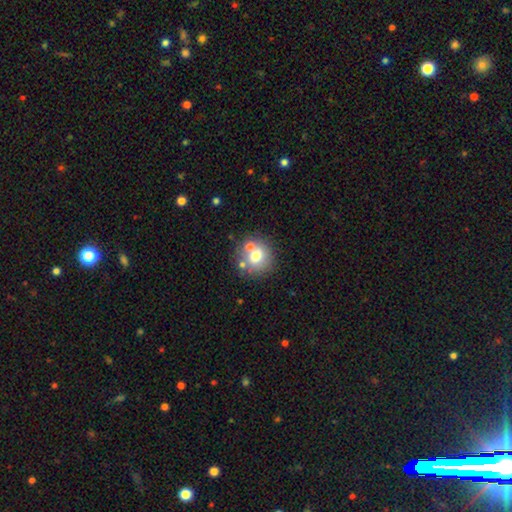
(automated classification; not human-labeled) Smooth or featured? Predicted: smooth (p=0.67). How rounded? Predicted: round (p=0.85). Merging? Predicted: none (p=0.62).